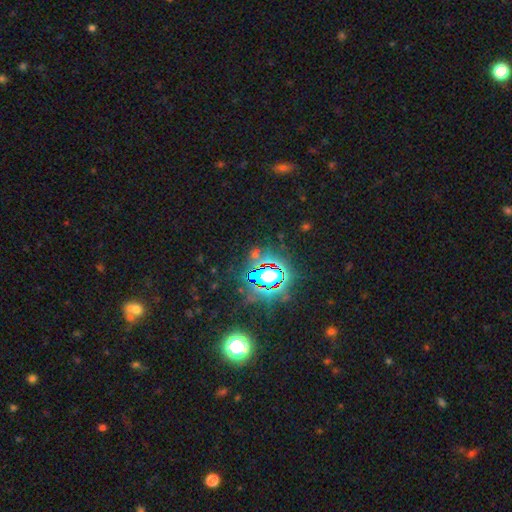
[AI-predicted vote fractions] Smooth or featured? star or artifact (76%)